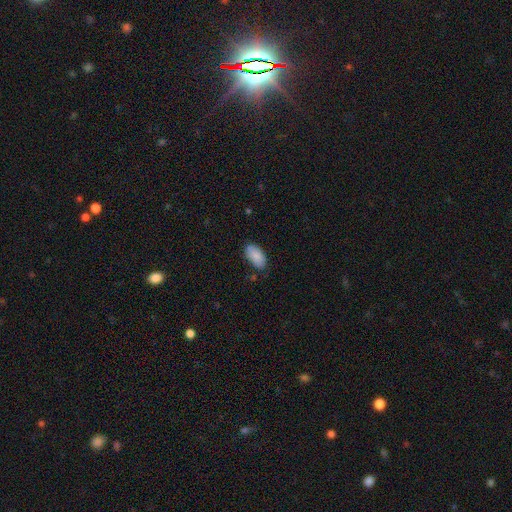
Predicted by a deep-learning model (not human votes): Smooth or featured?
  - smooth: 87% *
  - featured or disk: 7%
  - star or artifact: 6%
How rounded?
  - in between: 94% *
  - cigar-shaped: 3%
  - round: 3%
Merging?
  - none: 78% *
  - minor disturbance: 17%
  - major disturbance: 3%
  - merger: 2%